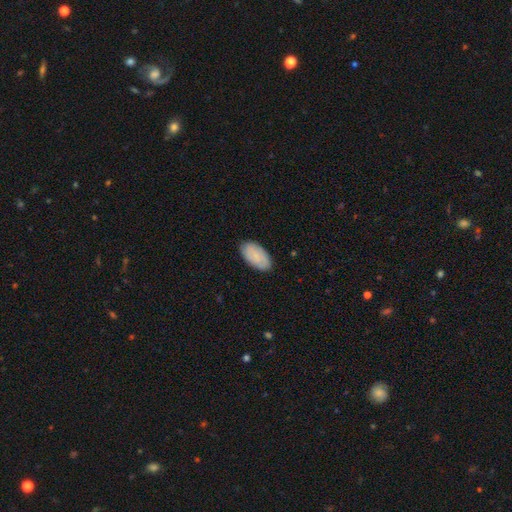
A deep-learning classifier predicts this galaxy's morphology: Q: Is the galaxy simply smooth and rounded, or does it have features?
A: smooth — 73%.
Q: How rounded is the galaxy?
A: in between — 95%.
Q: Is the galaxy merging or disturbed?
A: none — 85%.